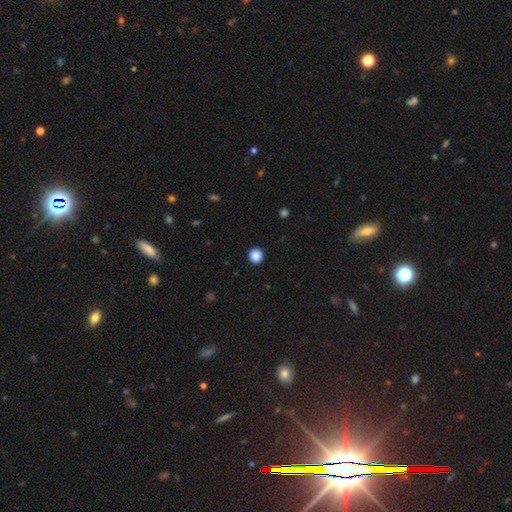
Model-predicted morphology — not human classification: This appears to be a smooth galaxy with no disk features (88%) that is round (94%). Merging: none (93%).